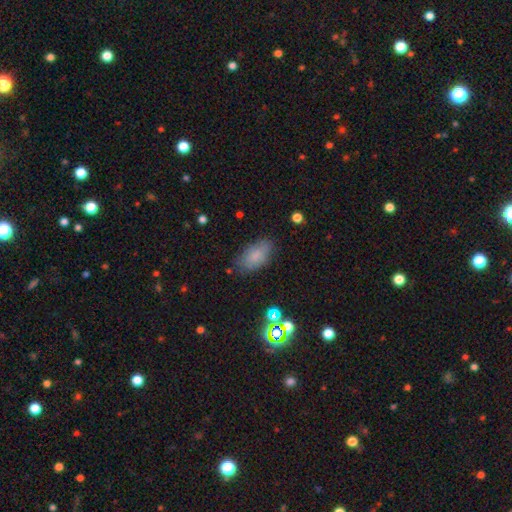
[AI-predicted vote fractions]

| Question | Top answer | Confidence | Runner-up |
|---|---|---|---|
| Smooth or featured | smooth | 80% | star or artifact (10%) |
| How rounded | in between | 92% | cigar-shaped (4%) |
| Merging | none | 79% | minor disturbance (15%) |